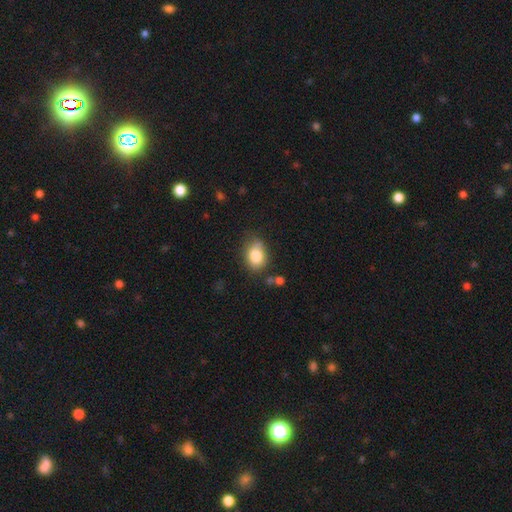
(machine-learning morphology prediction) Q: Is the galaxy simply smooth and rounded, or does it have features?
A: smooth — 83%.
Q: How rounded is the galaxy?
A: in between — 74%.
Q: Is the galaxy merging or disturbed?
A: none — 66%.